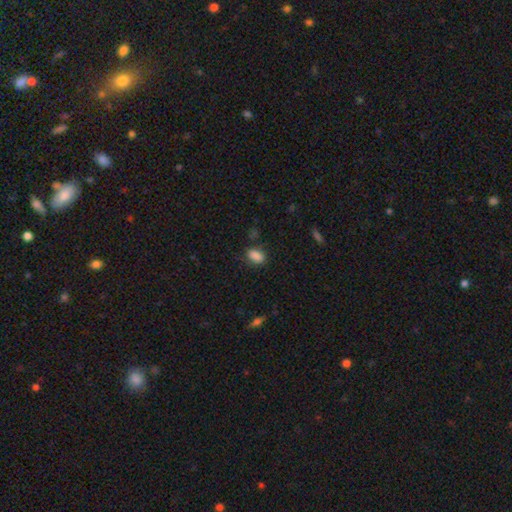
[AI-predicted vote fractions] Morphology: type=smooth (86%); roundness=in between (86%); merging=none (75%).